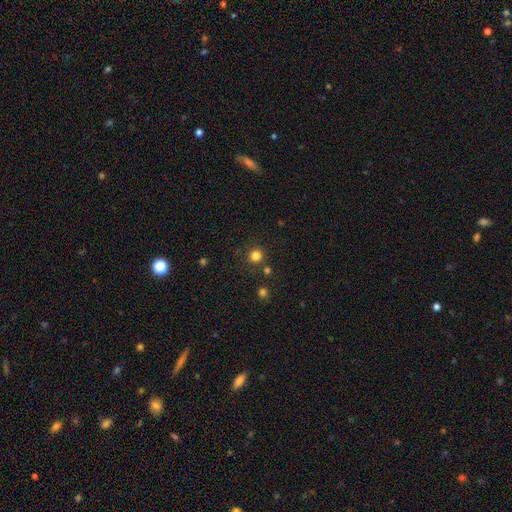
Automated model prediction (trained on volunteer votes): Smooth or featured? Predicted: smooth (p=0.80). How rounded? Predicted: round (p=0.95). Merging? Predicted: none (p=0.85).